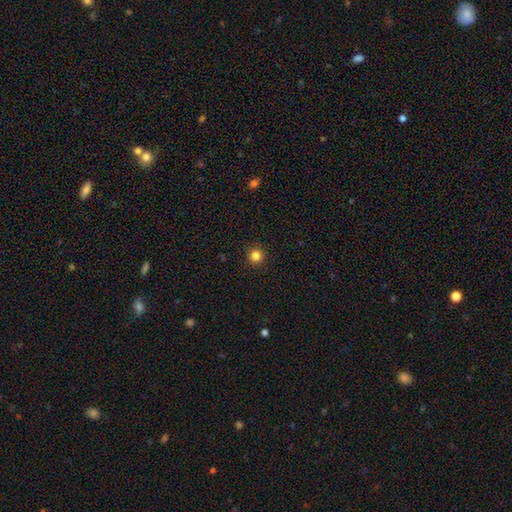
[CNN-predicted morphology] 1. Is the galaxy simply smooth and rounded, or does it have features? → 84% smooth, 13% star or artifact, 4% featured or disk.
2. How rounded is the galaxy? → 95% round, 4% in between, 1% cigar-shaped.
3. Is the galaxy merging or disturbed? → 93% none, 5% minor disturbance, 2% major disturbance, 1% merger.